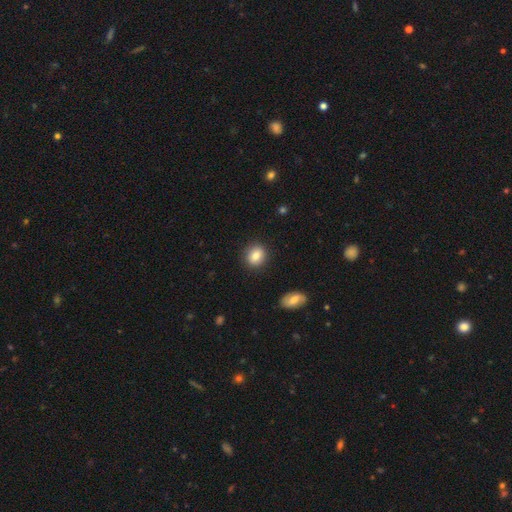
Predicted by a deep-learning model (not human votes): A smooth galaxy with no disk features (84%) that is round (61%). Merging: none (88%).